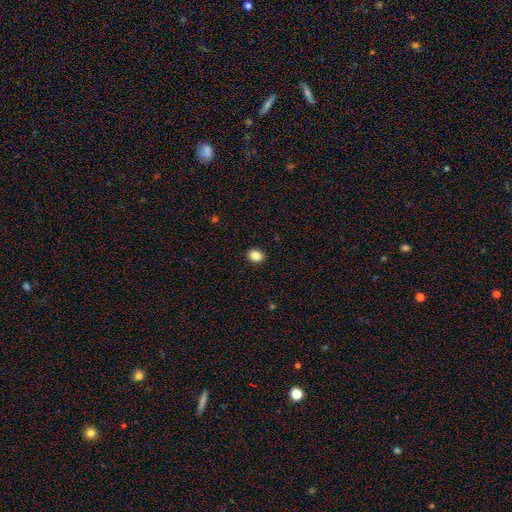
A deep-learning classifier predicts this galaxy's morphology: type=smooth (87%); roundness=in between (55%); merging=none (91%).